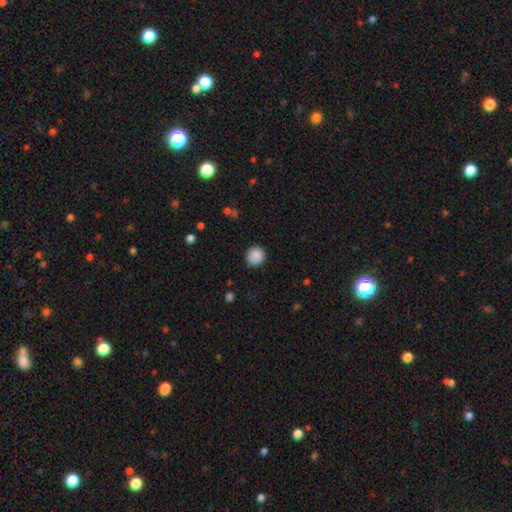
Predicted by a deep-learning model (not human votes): A smooth galaxy with no disk features (88%) that is round (91%). Merging: none (89%).